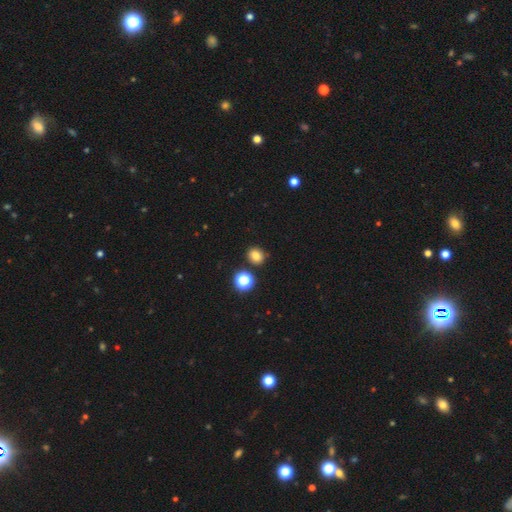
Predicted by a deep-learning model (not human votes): smooth 79%, star or artifact 15%, featured or disk 6%. Down the decision tree: how rounded — round (69%); merging — none (83%).